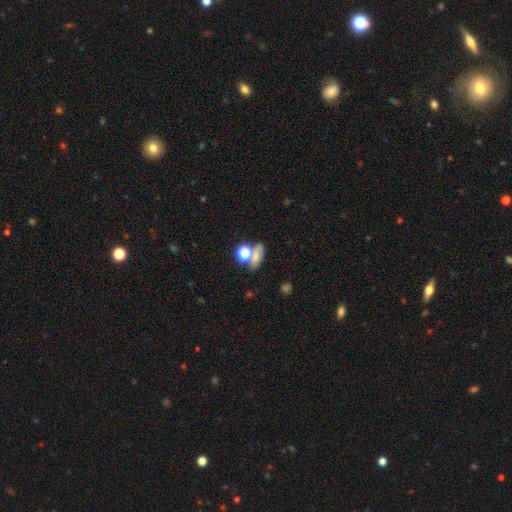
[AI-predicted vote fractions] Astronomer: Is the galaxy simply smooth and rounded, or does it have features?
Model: smooth — 63%.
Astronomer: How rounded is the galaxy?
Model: in between — 52% (runner-up: round, 37%).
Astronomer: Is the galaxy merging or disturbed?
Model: none — 50% (runner-up: merger, 31%).